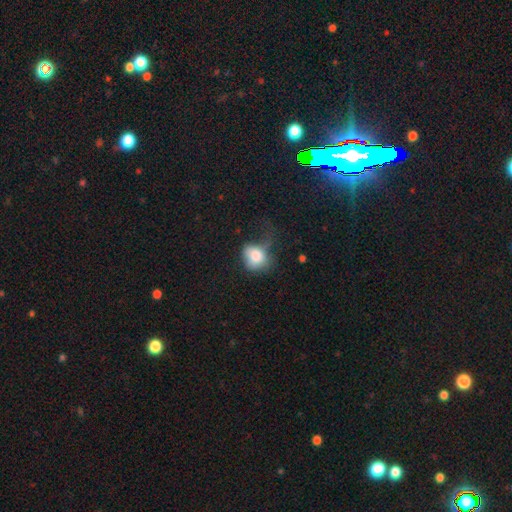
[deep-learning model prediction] Smooth or featured?
  - smooth: 77% *
  - featured or disk: 14%
  - star or artifact: 10%
How rounded?
  - round: 53% *
  - in between: 46%
  - cigar-shaped: 1%
Merging?
  - major disturbance: 34% *
  - minor disturbance: 31%
  - none: 31%
  - merger: 4%